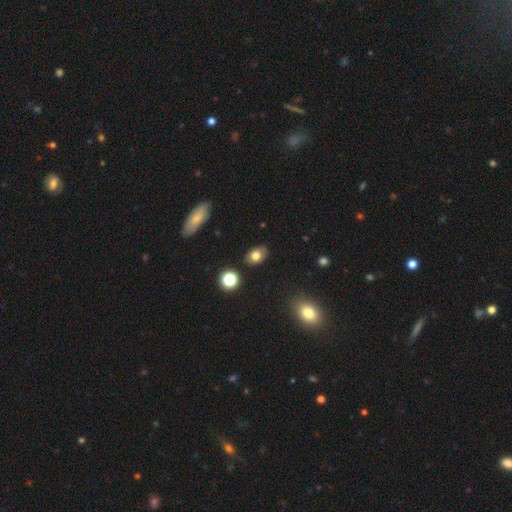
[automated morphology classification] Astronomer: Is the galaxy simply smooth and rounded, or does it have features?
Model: smooth — 77%.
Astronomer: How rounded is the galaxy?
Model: in between — 81%.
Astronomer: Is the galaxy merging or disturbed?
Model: none — 82%.